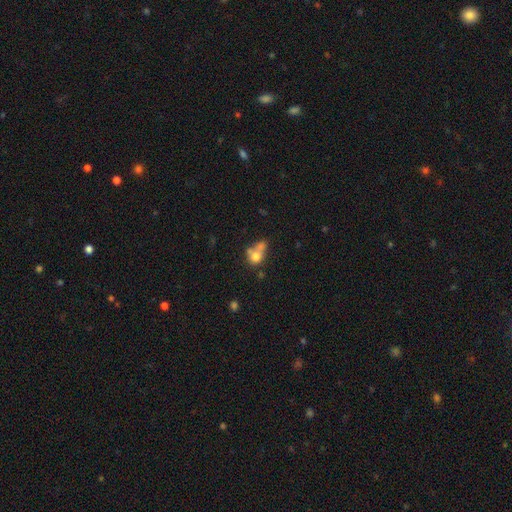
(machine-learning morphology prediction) smooth 69%, featured or disk 20%, star or artifact 11%. Down the decision tree: how rounded — round (57%); merging — merger (51%).